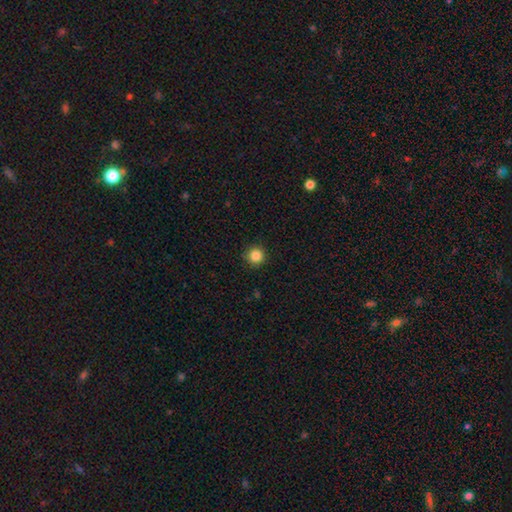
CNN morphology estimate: type=smooth (85%); roundness=round (95%); merging=none (91%).